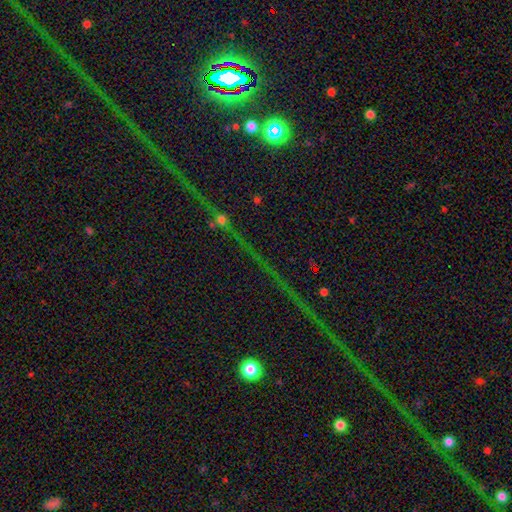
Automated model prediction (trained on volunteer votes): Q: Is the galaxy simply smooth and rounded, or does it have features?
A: star or artifact — 80%.